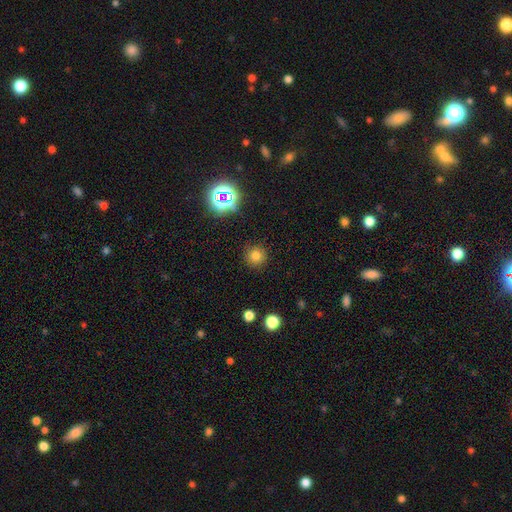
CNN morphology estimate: smooth 75%, star or artifact 18%, featured or disk 7%. Down the decision tree: how rounded — round (95%); merging — none (90%).